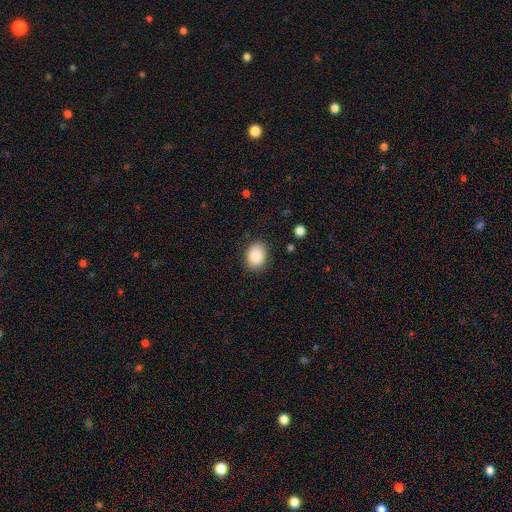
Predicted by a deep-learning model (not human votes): Smooth or featured: smooth — 87% (star or artifact — 8%)
How rounded: in between — 66% (round — 33%)
Merging: none — 84% (minor disturbance — 12%)